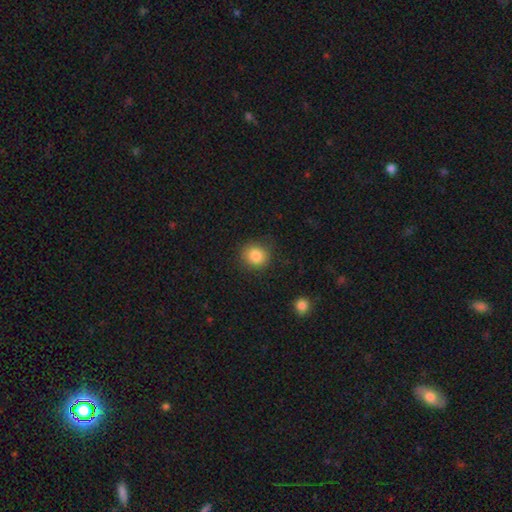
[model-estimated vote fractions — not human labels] Smooth or featured? Predicted: smooth (p=0.85). How rounded? Predicted: round (p=0.82). Merging? Predicted: none (p=0.85).